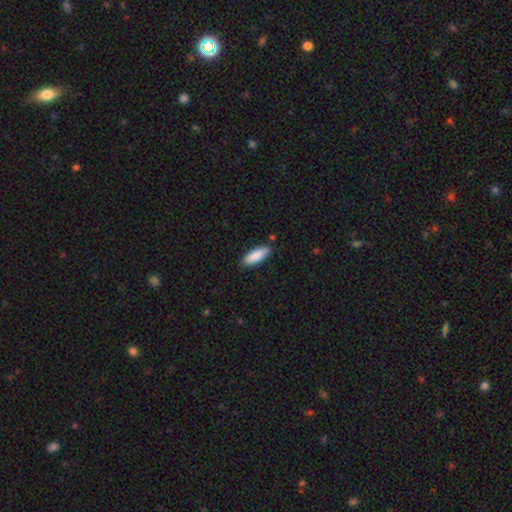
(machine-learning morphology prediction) This appears to be a smooth galaxy with no disk features (88%) that is in between round and cigar-shaped (60%). Merging: none (87%).